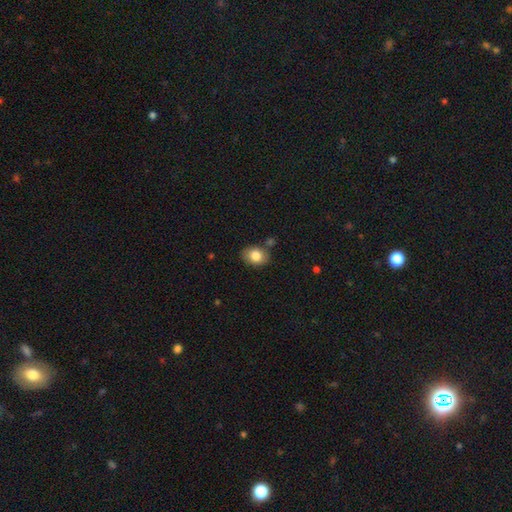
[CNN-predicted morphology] Overall: smooth (82%). How rounded: in between (64%; round 35%). Merging: none (77%).